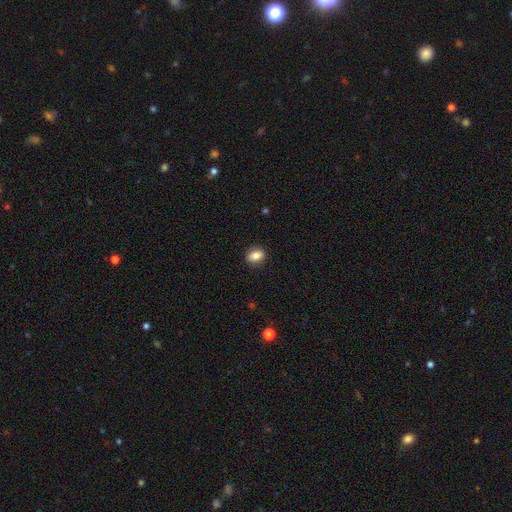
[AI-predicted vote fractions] A smooth galaxy with no disk features (82%) that is in between round and cigar-shaped (66%).

Vote fractions:
- Smooth or featured? smooth: 82% / featured or disk: 10% / star or artifact: 8%
- How rounded? in between: 66% / round: 32% / cigar-shaped: 2%
- Merging? none: 88% / minor disturbance: 8% / major disturbance: 2% / merger: 1%